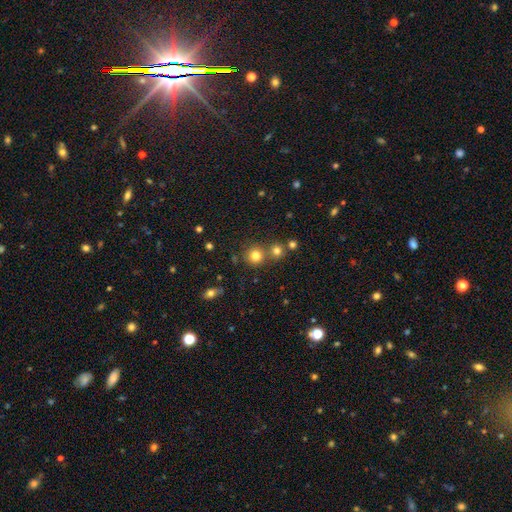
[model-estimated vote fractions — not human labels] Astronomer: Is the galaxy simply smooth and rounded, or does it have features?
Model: smooth — 78%.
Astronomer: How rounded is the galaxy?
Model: round — 92%.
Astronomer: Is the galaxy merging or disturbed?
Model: none — 71%.